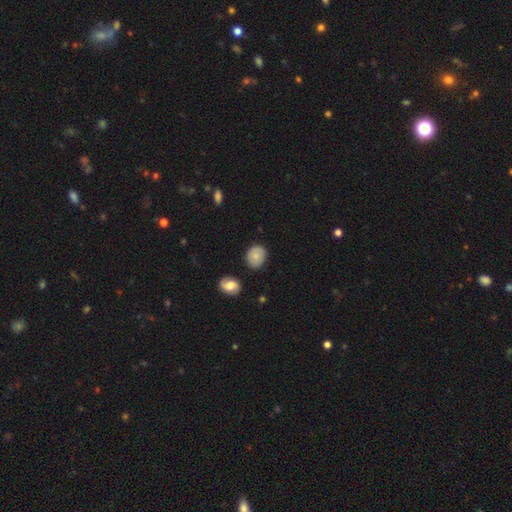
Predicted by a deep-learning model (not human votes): Smooth or featured? Predicted: smooth (p=0.76). How rounded? Predicted: round (p=0.58). Merging? Predicted: none (p=0.80).